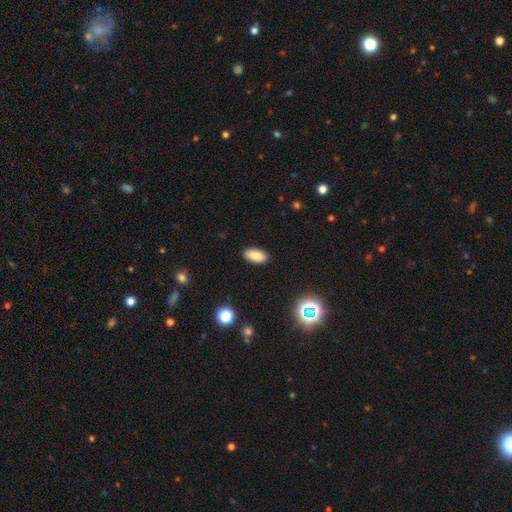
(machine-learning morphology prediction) Smooth or featured? smooth (85%)
How rounded? in between (93%)
Merging? none (89%)